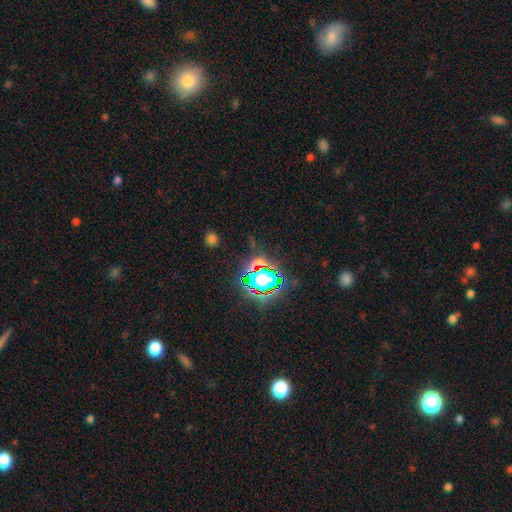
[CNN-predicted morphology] Smooth or featured? Predicted: star or artifact (p=0.80).